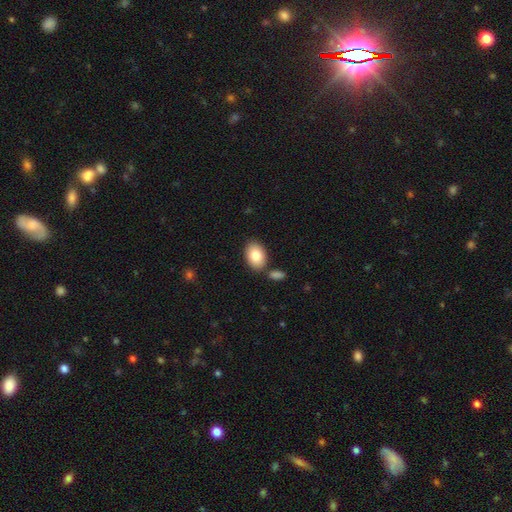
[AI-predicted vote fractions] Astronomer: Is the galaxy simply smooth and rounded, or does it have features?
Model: smooth — 83%.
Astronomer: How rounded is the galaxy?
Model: in between — 88%.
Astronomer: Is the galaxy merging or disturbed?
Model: none — 78%.